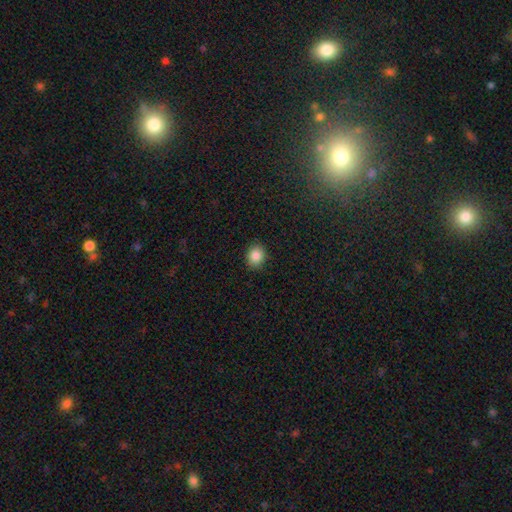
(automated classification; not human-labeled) smooth 87%, star or artifact 9%, featured or disk 4%. Down the decision tree: how rounded — round (63%); merging — none (88%).